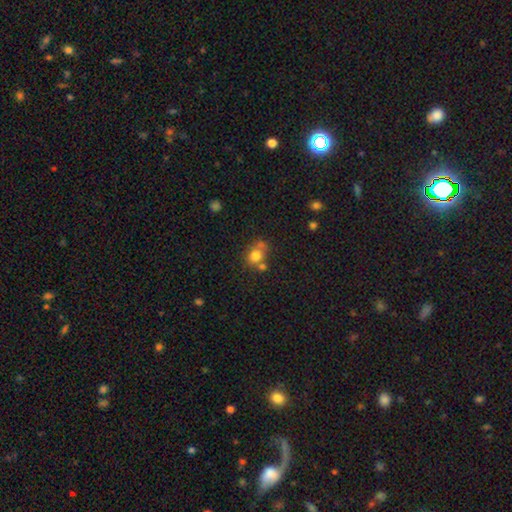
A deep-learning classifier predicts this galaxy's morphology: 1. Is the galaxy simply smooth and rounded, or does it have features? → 76% smooth, 12% star or artifact, 12% featured or disk.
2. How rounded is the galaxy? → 63% round, 36% in between, 1% cigar-shaped.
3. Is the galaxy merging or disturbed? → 48% none, 30% merger, 16% minor disturbance, 6% major disturbance.